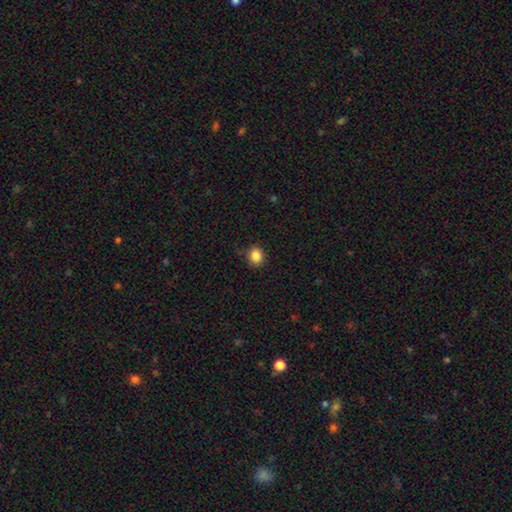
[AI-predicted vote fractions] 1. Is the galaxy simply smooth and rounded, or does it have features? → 86% smooth, 10% star or artifact, 4% featured or disk.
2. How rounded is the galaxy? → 68% round, 31% in between, 1% cigar-shaped.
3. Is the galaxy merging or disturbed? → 83% none, 13% minor disturbance, 3% major disturbance, 1% merger.